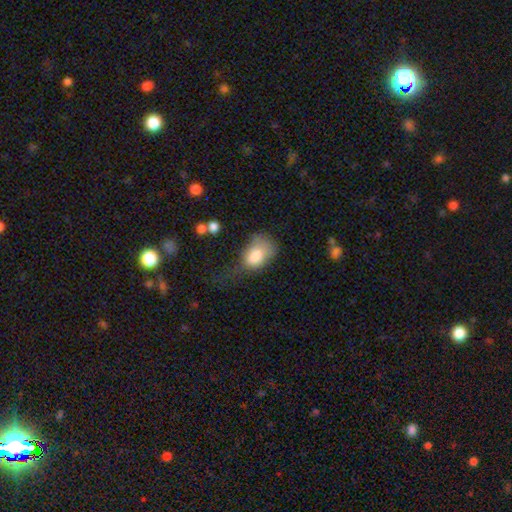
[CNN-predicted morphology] Smooth or featured? Predicted: smooth (p=0.79). How rounded? Predicted: in between (p=0.80). Merging? Predicted: major disturbance (p=0.41).